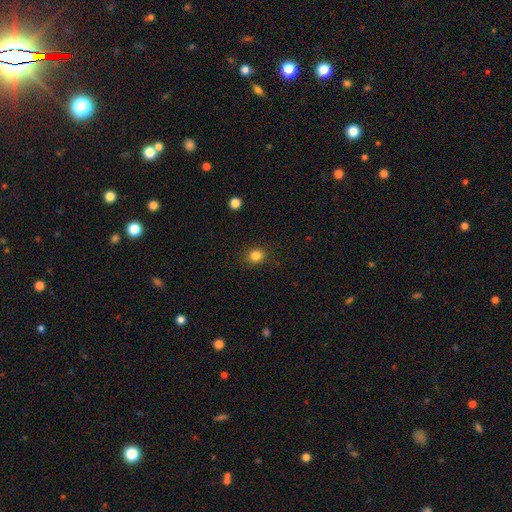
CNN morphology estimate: smooth_or_featured: smooth (p=0.84) [alt: star or artifact p=0.12]
how_rounded: round (p=0.83) [alt: in between p=0.16]
merging: none (p=0.89) [alt: minor disturbance p=0.08]